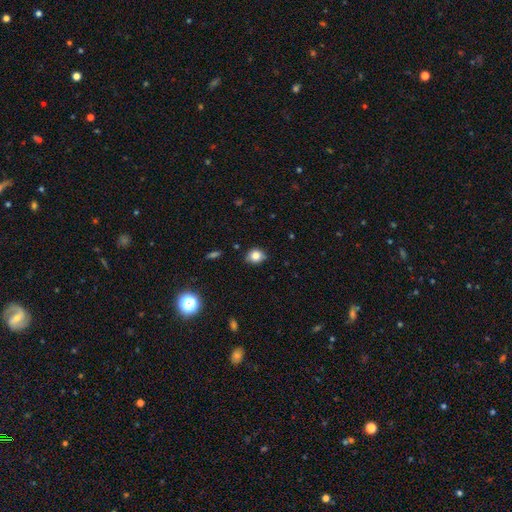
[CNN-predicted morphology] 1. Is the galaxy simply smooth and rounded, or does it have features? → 81% smooth, 11% star or artifact, 8% featured or disk.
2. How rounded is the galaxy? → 68% round, 31% in between, 1% cigar-shaped.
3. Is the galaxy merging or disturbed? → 80% none, 16% minor disturbance, 3% major disturbance, 1% merger.